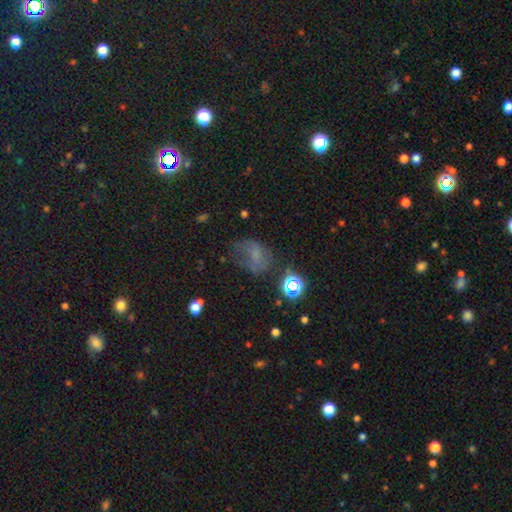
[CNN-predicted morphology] Q: Smooth or featured?
A: smooth (51%); runner-up: star or artifact (25%)
Q: How rounded?
A: in between (63%); runner-up: round (35%)
Q: Merging?
A: none (41%); runner-up: major disturbance (28%)